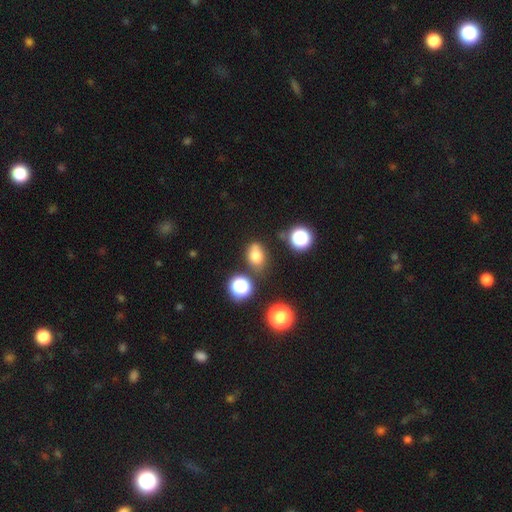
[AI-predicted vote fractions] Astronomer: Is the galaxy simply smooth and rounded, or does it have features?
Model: smooth — 73%.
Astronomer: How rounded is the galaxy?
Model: in between — 70%.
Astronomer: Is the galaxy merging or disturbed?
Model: none — 69%.